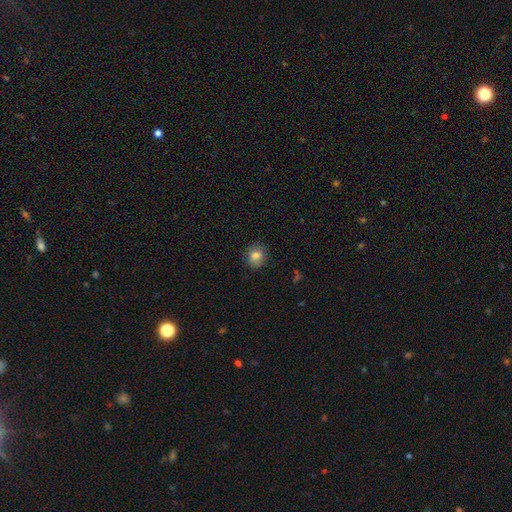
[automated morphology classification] The model was most divided on "how rounded": round: 82%, in between: 17%, cigar-shaped: 1%. More confident: merging — none (86%); smooth or featured — smooth (79%).